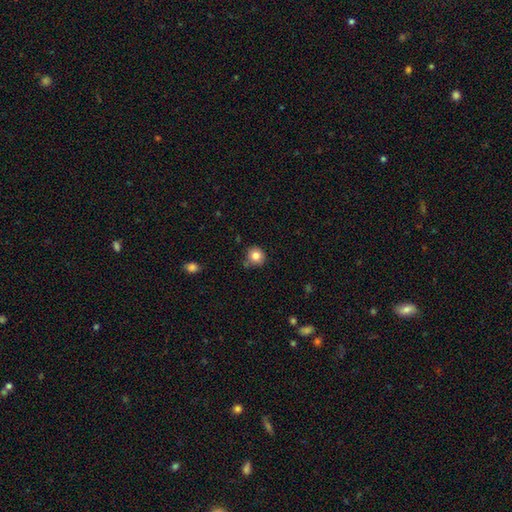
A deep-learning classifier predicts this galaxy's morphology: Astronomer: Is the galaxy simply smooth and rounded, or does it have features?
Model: smooth — 82%.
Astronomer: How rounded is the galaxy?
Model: round — 89%.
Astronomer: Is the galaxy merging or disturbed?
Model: none — 77%.